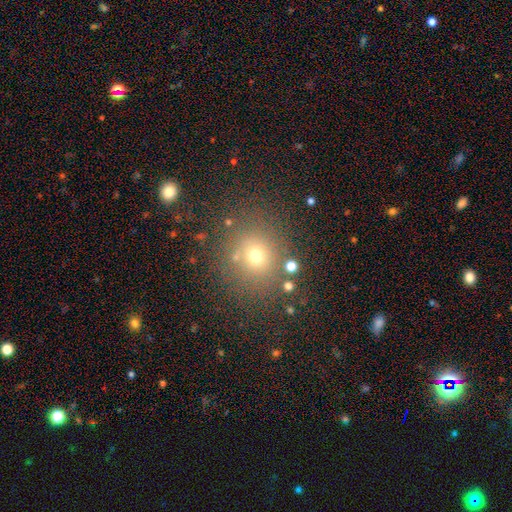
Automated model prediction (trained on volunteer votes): smooth 67%, star or artifact 22%, featured or disk 11%. Down the decision tree: how rounded — round (83%); merging — none (79%).